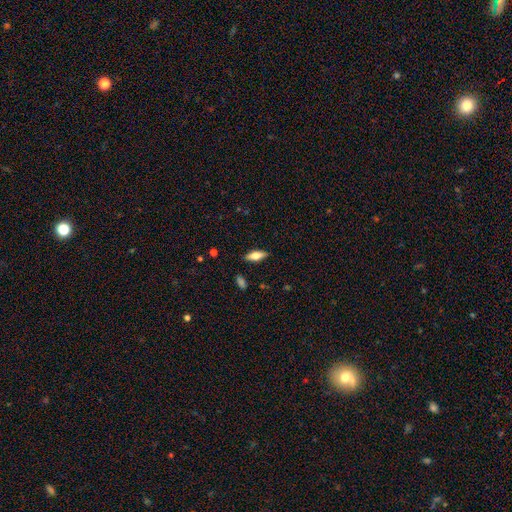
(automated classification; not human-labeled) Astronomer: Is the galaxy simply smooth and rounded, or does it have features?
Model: smooth — 59%.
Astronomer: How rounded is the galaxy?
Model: in between — 68%.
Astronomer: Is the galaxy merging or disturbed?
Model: none — 87%.